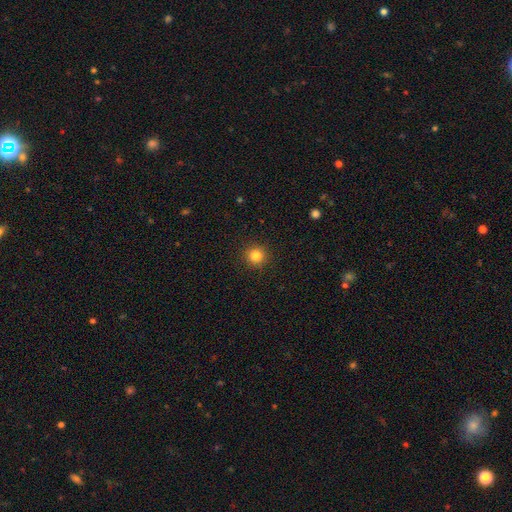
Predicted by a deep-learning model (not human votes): Smooth or featured? Predicted: smooth (p=0.83). How rounded? Predicted: round (p=0.95). Merging? Predicted: none (p=0.92).